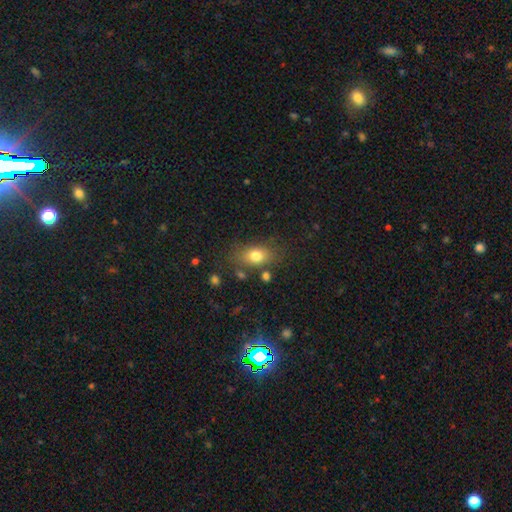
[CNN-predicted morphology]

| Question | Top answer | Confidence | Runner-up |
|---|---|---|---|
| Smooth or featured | smooth | 78% | featured or disk (12%) |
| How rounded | in between | 78% | round (19%) |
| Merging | none | 74% | minor disturbance (15%) |